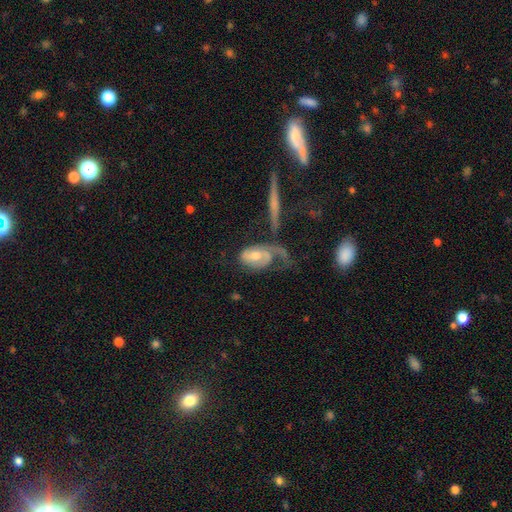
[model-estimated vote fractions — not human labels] The model was most divided on "merging": major disturbance: 42%, none: 27%, minor disturbance: 18%, merger: 13%. More confident: edge-on disk — no (89%); spiral arms — yes (78%); smooth or featured — featured or disk (67%); bar — no (64%); bulge size — moderate (61%).